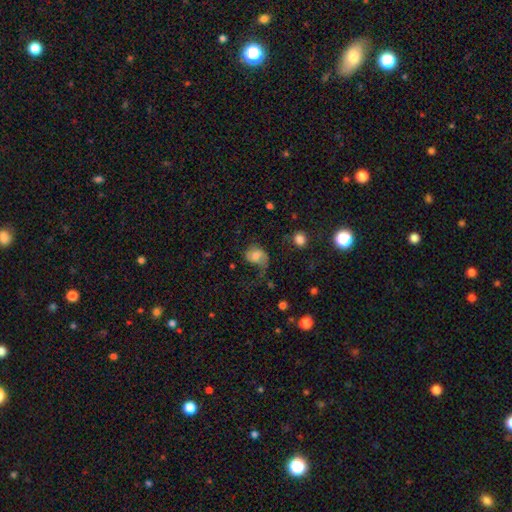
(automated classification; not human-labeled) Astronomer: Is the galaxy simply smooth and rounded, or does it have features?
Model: smooth — 50% (runner-up: featured or disk, 41%).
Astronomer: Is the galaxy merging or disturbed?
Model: major disturbance — 36% (runner-up: none, 35%).